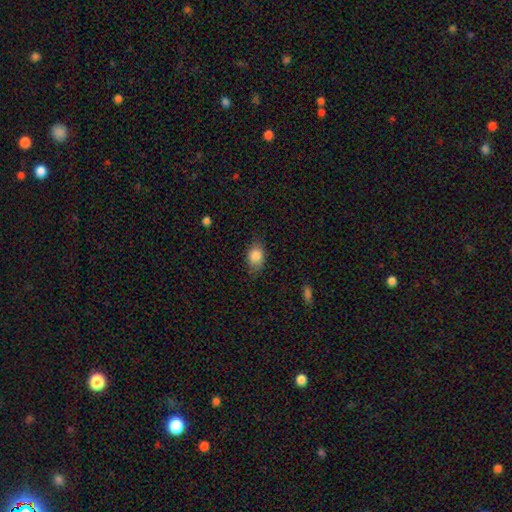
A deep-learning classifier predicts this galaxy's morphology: The model was most divided on "merging": none: 77%, minor disturbance: 18%, major disturbance: 4%, merger: 1%. More confident: smooth or featured — smooth (85%); how rounded — in between (79%).